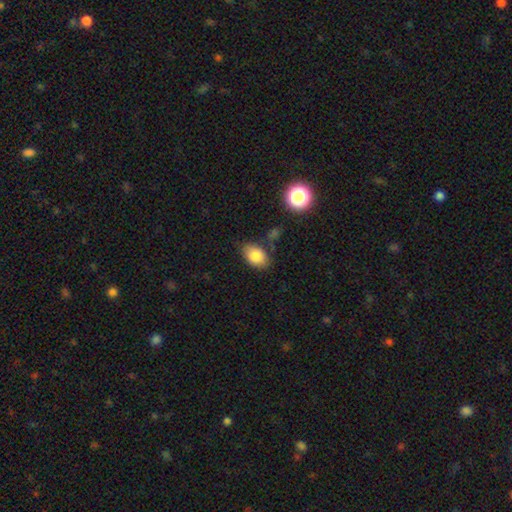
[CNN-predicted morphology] smooth 83%, star or artifact 9%, featured or disk 7%. Down the decision tree: how rounded — in between (84%); merging — none (69%).